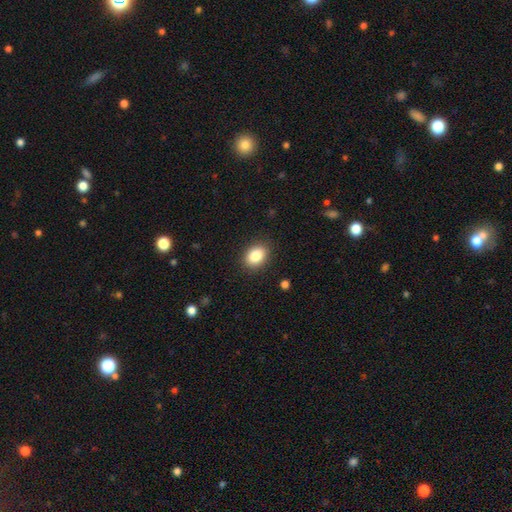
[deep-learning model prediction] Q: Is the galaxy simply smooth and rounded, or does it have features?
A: smooth — 85%.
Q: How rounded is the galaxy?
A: in between — 73%.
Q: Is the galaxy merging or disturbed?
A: none — 88%.